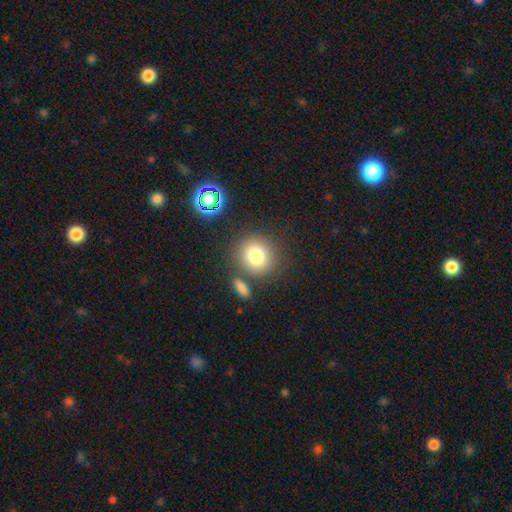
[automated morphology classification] Smooth or featured: smooth — 79% (star or artifact — 12%)
How rounded: round — 87% (in between — 12%)
Merging: none — 77% (merger — 11%)